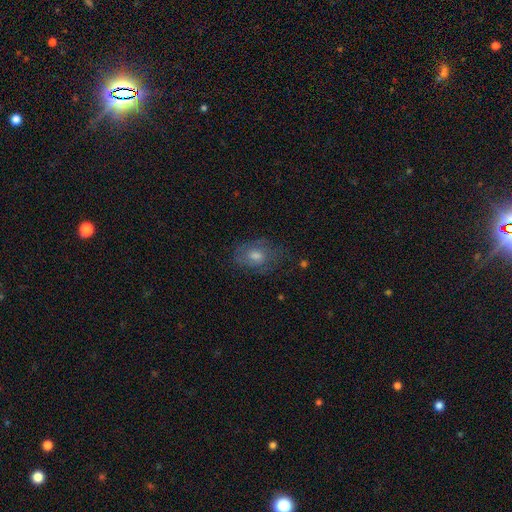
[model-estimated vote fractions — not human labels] smooth 46%, featured or disk 40%, star or artifact 14%. Down the decision tree: merging — none (65%).